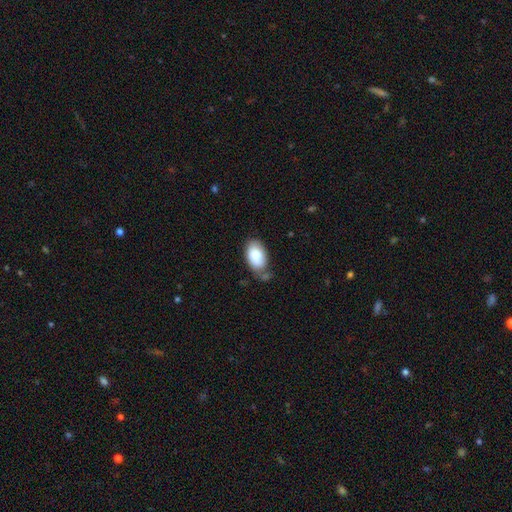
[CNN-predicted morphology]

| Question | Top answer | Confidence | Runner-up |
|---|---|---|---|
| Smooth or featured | smooth | 84% | featured or disk (10%) |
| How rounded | in between | 94% | round (5%) |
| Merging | none | 52% | minor disturbance (29%) |